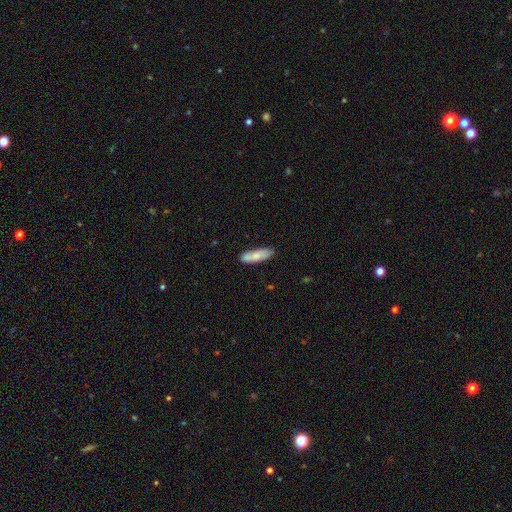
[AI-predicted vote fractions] Overall: smooth (77%). How rounded: cigar-shaped (57%; in between 42%). Merging: none (80%).